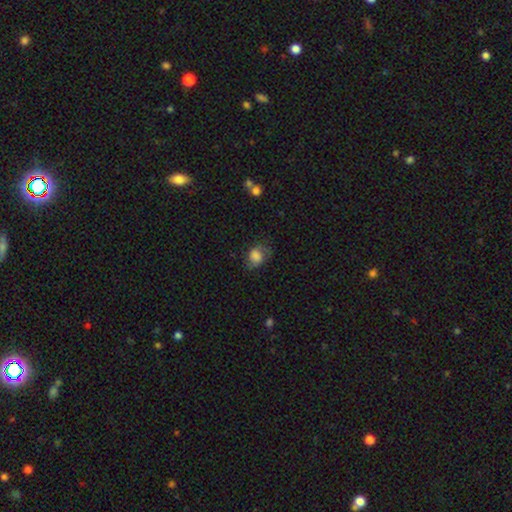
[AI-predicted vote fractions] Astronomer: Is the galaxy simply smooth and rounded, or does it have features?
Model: smooth — 70%.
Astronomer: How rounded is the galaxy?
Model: in between — 52% (runner-up: round, 47%).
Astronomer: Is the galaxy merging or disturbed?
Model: none — 52% (runner-up: minor disturbance, 29%).